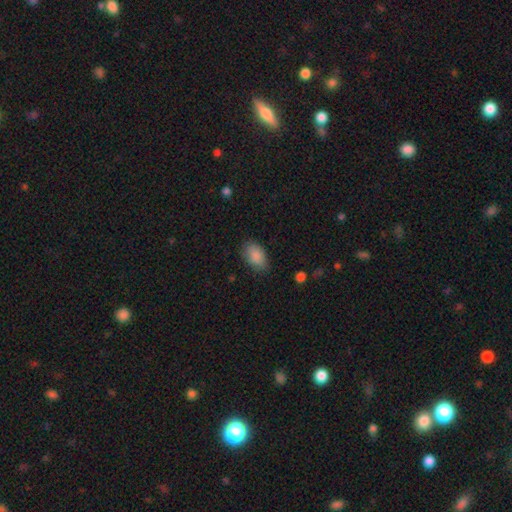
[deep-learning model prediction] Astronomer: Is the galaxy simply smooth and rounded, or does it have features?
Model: smooth — 88%.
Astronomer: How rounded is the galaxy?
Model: in between — 91%.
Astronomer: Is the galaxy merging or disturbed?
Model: none — 79%.